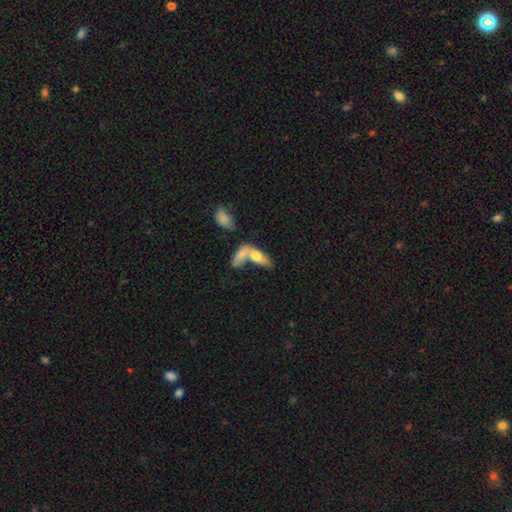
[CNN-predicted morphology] This is likely a smooth galaxy (72%). How rounded: likely in between (77%). Merging: possibly merger (59%).